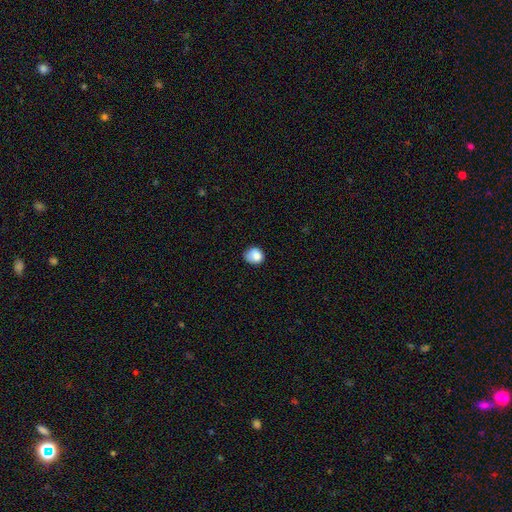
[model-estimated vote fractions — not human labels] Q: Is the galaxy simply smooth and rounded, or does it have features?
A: smooth — 84%.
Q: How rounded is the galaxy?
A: round — 74%.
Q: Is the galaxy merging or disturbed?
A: none — 65%.